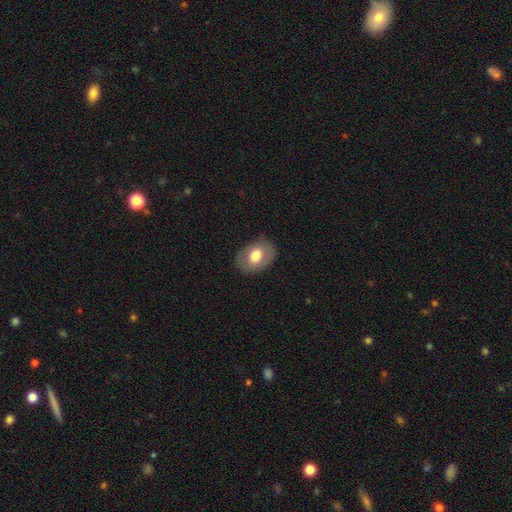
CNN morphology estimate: Smooth or featured?
  - smooth: 66% *
  - featured or disk: 27%
  - star or artifact: 7%
How rounded?
  - in between: 76% *
  - round: 23%
  - cigar-shaped: 1%
Merging?
  - none: 83% *
  - minor disturbance: 12%
  - major disturbance: 4%
  - merger: 1%